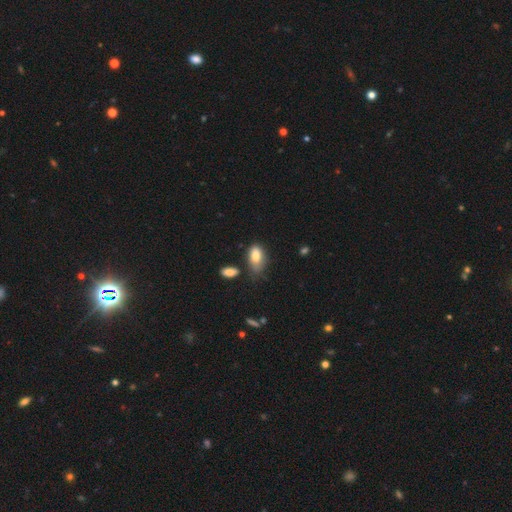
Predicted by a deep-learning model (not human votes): The model was most divided on "merging": none: 44%, minor disturbance: 35%, major disturbance: 12%, merger: 9%. More confident: how rounded — in between (91%); smooth or featured — smooth (81%).